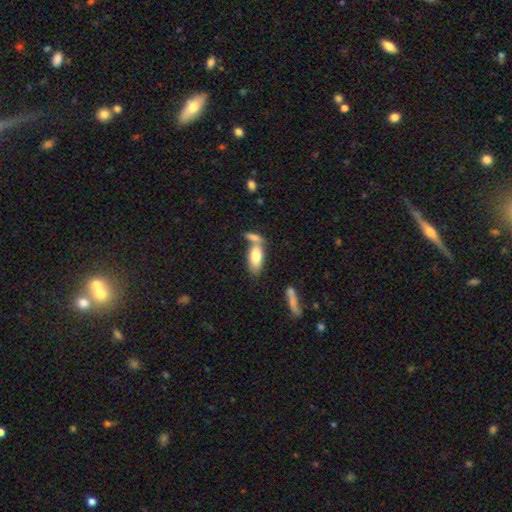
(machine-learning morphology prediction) Smooth or featured: smooth — 74% (featured or disk — 20%)
How rounded: in between — 81% (cigar-shaped — 16%)
Merging: none — 42% (merger — 41%)